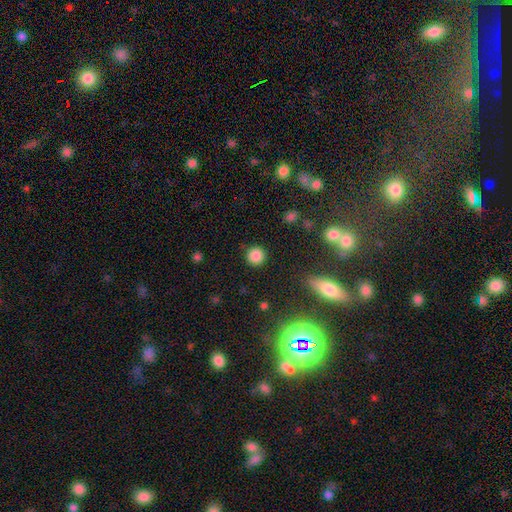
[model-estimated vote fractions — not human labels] A smooth galaxy with no disk features (84%) that is round (93%).

Vote fractions:
- Smooth or featured? smooth: 84% / star or artifact: 12% / featured or disk: 4%
- How rounded? round: 93% / in between: 6% / cigar-shaped: 1%
- Merging? none: 89% / minor disturbance: 7% / major disturbance: 3% / merger: 2%